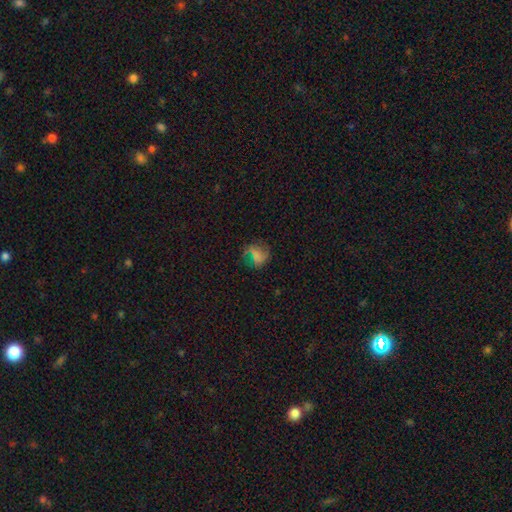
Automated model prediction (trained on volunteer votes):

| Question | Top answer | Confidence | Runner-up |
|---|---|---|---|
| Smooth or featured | smooth | 47% | featured or disk (37%) |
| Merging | none | 52% | minor disturbance (23%) |